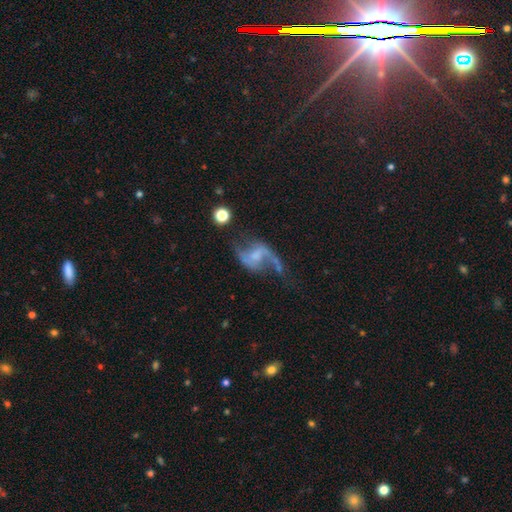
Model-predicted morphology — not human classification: Smooth or featured: featured or disk — 84% (smooth — 9%)
Edge-on disk: no — 97% (yes — 3%)
Bar: weak — 45% (no — 42%)
Spiral arms: yes — 93% (no — 7%)
Spiral winding: loose — 73% (medium — 22%)
Spiral arm count: 2 — 89% (1 — 6%)
Bulge size: small — 33% (none — 31%)
Merging: none — 49% (major disturbance — 23%)